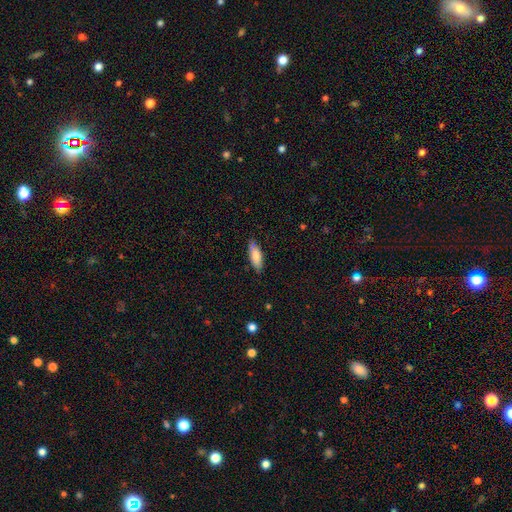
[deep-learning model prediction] smooth 78%, featured or disk 16%, star or artifact 6%. Down the decision tree: how rounded — in between (66%); merging — none (82%).